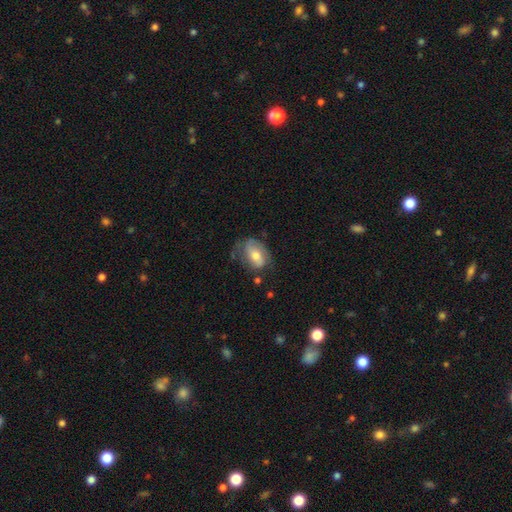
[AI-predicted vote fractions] This appears to be a smooth galaxy with no disk features (53%) that is in between round and cigar-shaped (85%). Merging: none (53%).